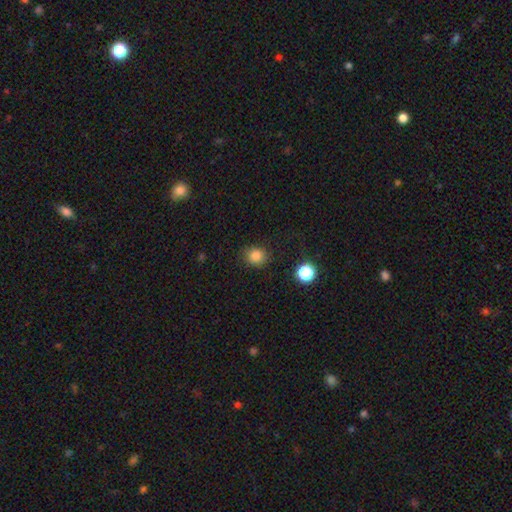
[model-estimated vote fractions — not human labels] Overall: smooth (83%). How rounded: round (81%). Merging: none (84%).